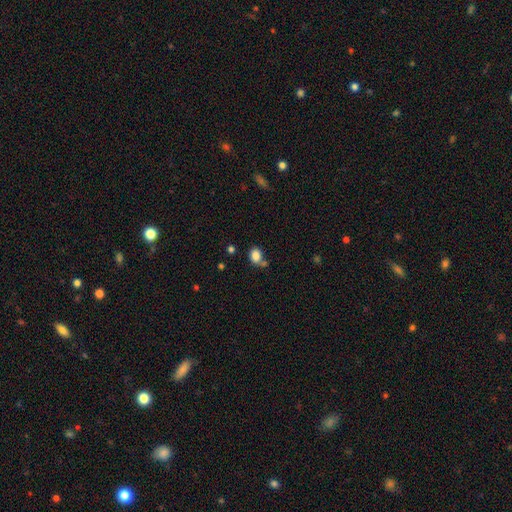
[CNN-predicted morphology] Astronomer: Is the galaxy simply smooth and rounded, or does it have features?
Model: smooth — 84%.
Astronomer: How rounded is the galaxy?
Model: in between — 62% (runner-up: round, 37%).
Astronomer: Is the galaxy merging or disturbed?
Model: none — 55%.